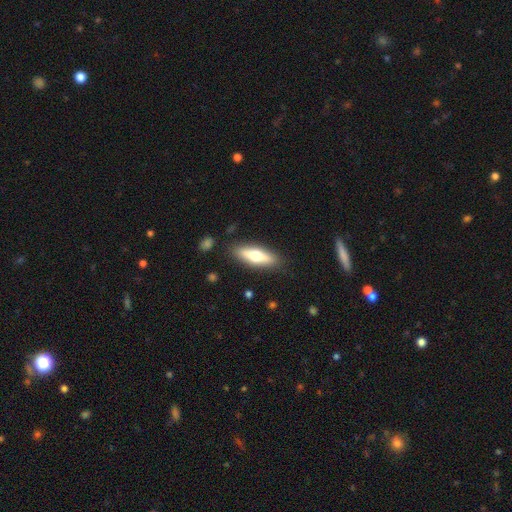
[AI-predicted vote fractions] Smooth or featured? Predicted: smooth (p=0.52). How rounded? Predicted: cigar-shaped (p=0.49). Merging? Predicted: none (p=0.86).